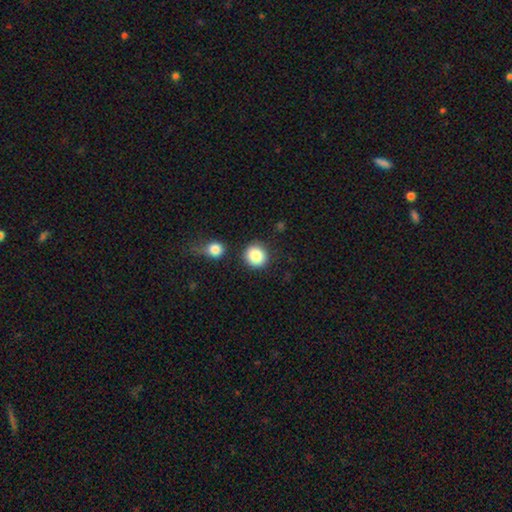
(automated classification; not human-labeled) A smooth galaxy with no disk features (86%) that is round (91%). Merging: none (82%).